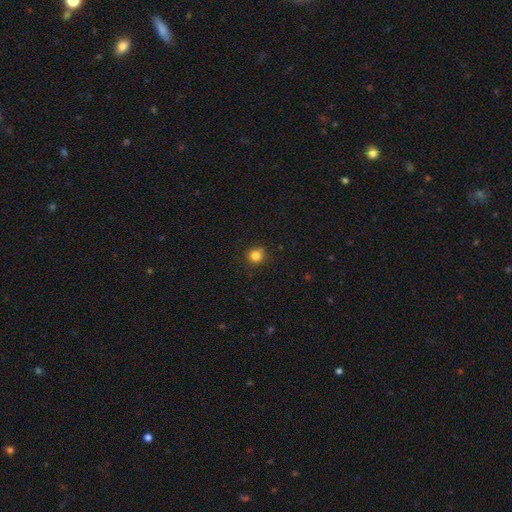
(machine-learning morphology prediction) This appears to be a smooth galaxy with no disk features (83%) that is round (89%). Merging: none (84%).